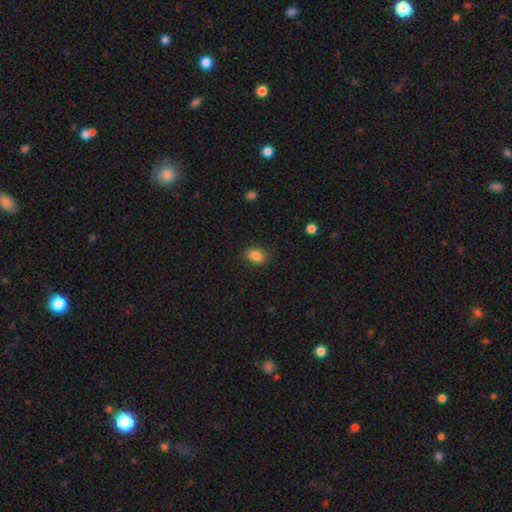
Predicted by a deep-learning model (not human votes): This appears to be a smooth galaxy with no disk features (86%) that is in between round and cigar-shaped (66%). Merging: none (82%).